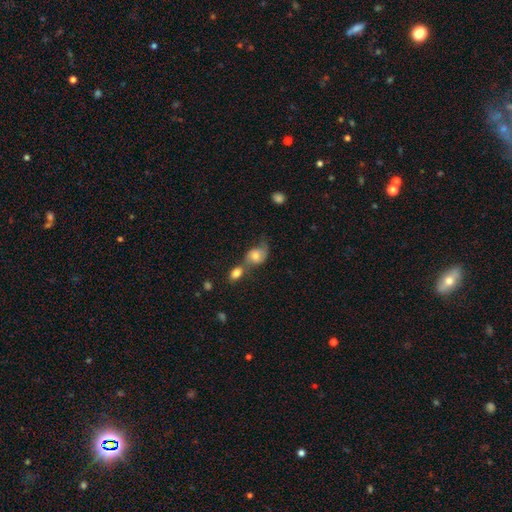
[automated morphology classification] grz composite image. It shows a smooth galaxy with no disk features (65%) that is in between round and cigar-shaped (61%). Merging: merger (49%).